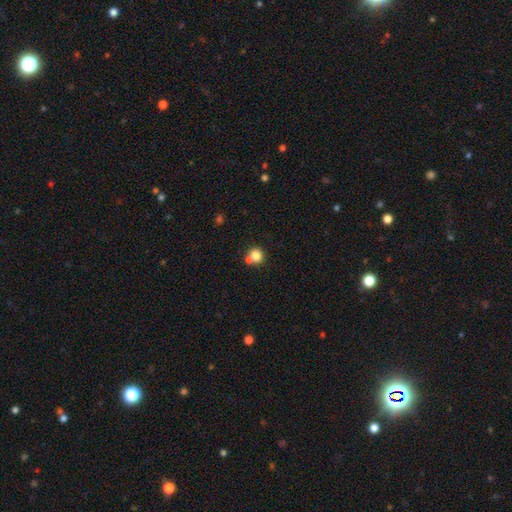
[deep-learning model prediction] Smooth or featured? Predicted: smooth (p=0.81). How rounded? Predicted: round (p=0.87). Merging? Predicted: none (p=0.56).